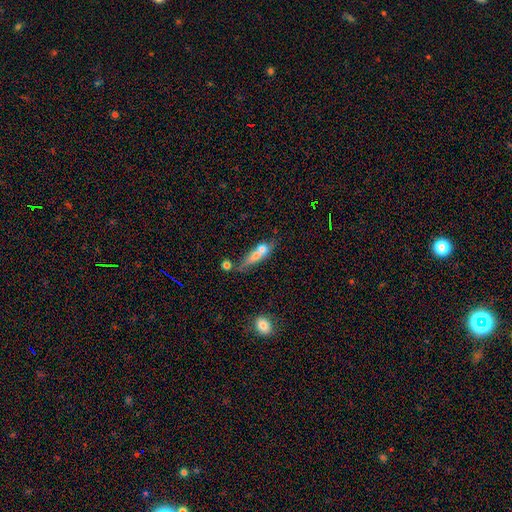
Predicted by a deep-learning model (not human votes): Smooth or featured? Predicted: smooth (p=0.60). How rounded? Predicted: cigar-shaped (p=0.59). Merging? Predicted: none (p=0.38).